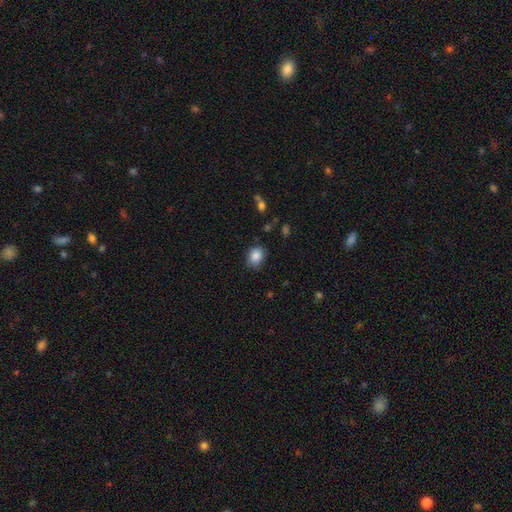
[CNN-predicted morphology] A smooth galaxy with no disk features (87%) that is in between round and cigar-shaped (51%).

Vote fractions:
- Smooth or featured? smooth: 87% / star or artifact: 9% / featured or disk: 5%
- How rounded? in between: 51% / round: 48% / cigar-shaped: 1%
- Merging? none: 80% / minor disturbance: 16% / major disturbance: 3% / merger: 1%